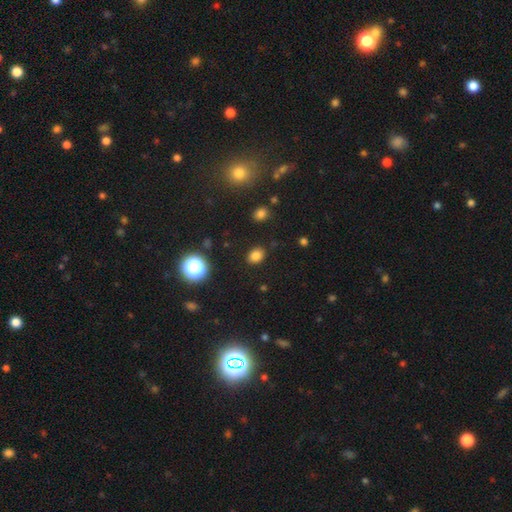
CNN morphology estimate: Smooth or featured? smooth (80%)
How rounded? in between (55%)
Merging? none (86%)